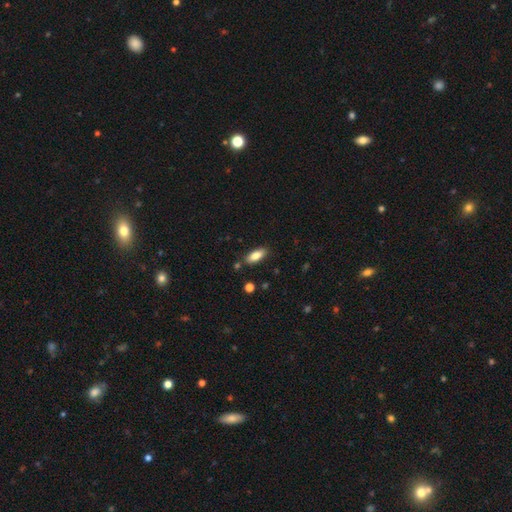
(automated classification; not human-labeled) Smooth or featured?
  - smooth: 83% *
  - featured or disk: 10%
  - star or artifact: 7%
How rounded?
  - in between: 77% *
  - cigar-shaped: 21%
  - round: 2%
Merging?
  - none: 83% *
  - minor disturbance: 12%
  - merger: 3%
  - major disturbance: 2%